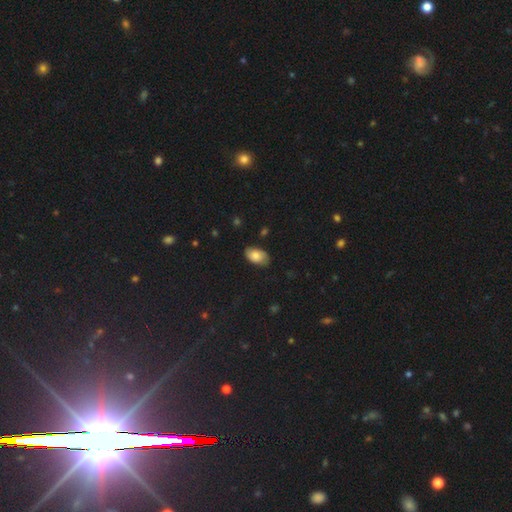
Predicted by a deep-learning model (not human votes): Smooth or featured? Predicted: smooth (p=0.76). How rounded? Predicted: in between (p=0.93). Merging? Predicted: none (p=0.77).